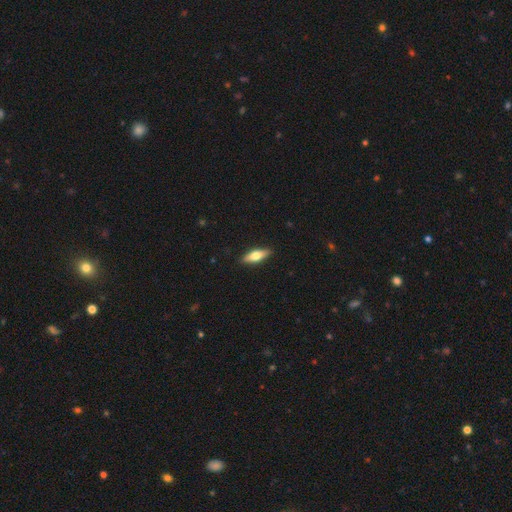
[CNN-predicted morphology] smooth_or_featured: smooth (p=0.62) [alt: featured or disk p=0.32]
how_rounded: in between (p=0.55) [alt: cigar-shaped p=0.42]
merging: none (p=0.89) [alt: minor disturbance p=0.09]